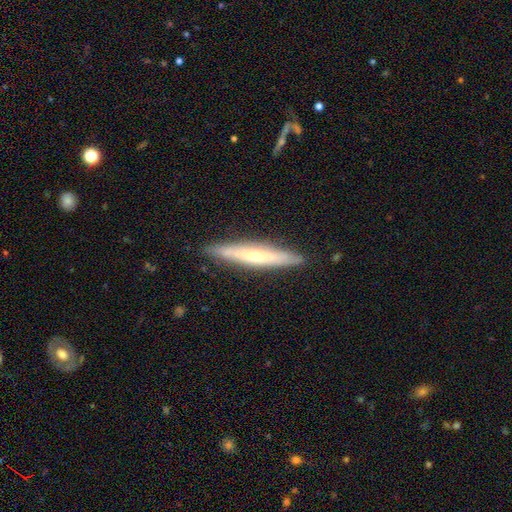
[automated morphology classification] This is possibly a featured or disk galaxy (56%). It is clearly viewed edge-on (89%). Merging: clearly none (88%).